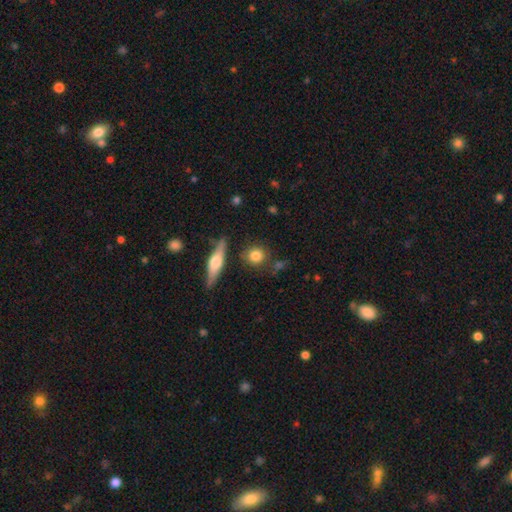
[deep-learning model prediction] Q: Smooth or featured?
A: smooth (79%); runner-up: featured or disk (13%)
Q: How rounded?
A: round (84%); runner-up: in between (12%)
Q: Merging?
A: none (80%); runner-up: minor disturbance (10%)